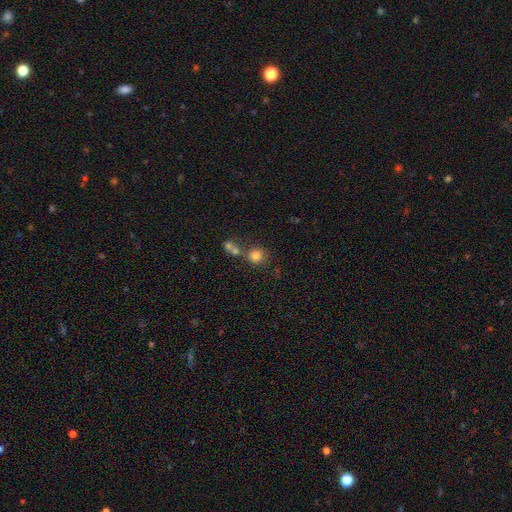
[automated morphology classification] smooth 78%, star or artifact 13%, featured or disk 8%. Down the decision tree: how rounded — round (88%); merging — none (62%).